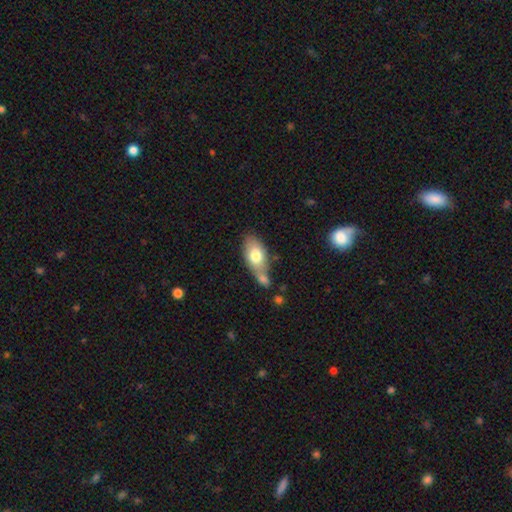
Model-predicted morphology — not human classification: smooth 72%, featured or disk 22%, star or artifact 7%. Down the decision tree: how rounded — in between (90%); merging — none (43%).